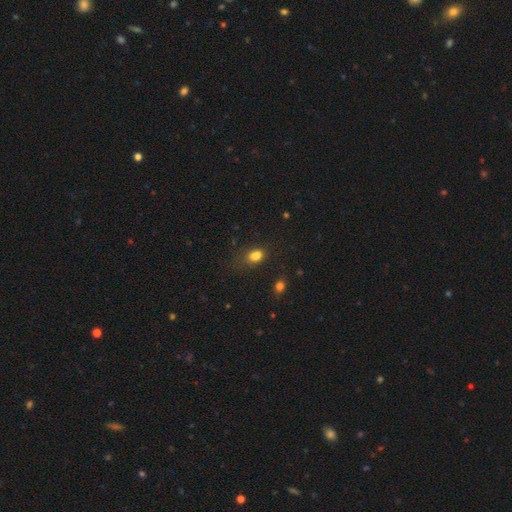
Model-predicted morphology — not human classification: smooth_or_featured: smooth (p=0.78) [alt: star or artifact p=0.14]
how_rounded: in between (p=0.70) [alt: round p=0.27]
merging: none (p=0.53) [alt: minor disturbance p=0.22]